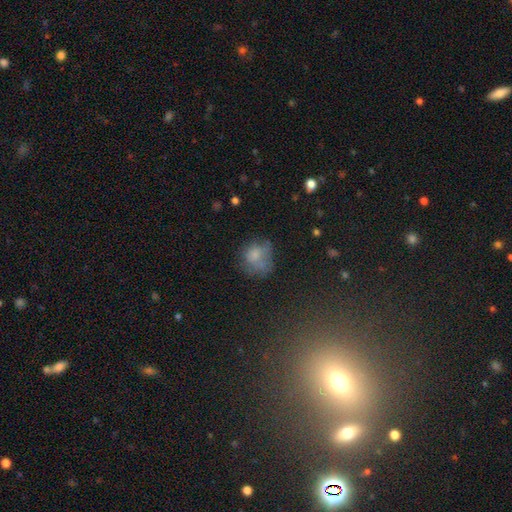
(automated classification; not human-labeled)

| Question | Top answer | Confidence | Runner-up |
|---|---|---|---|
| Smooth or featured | smooth | 65% | featured or disk (21%) |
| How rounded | round | 64% | in between (35%) |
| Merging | none | 39% | minor disturbance (27%) |